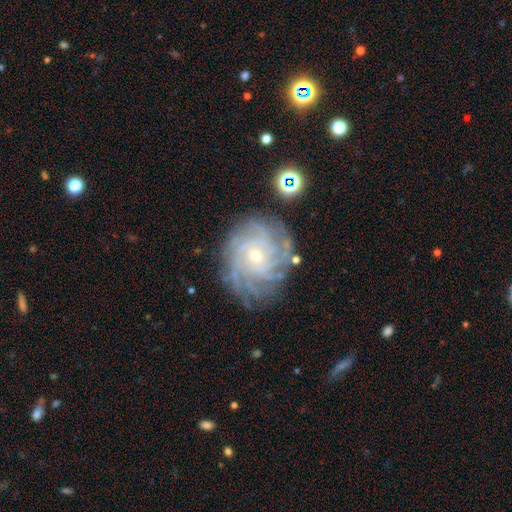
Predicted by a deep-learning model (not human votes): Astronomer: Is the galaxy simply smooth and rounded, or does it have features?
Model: featured or disk — 86%.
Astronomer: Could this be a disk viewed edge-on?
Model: no — 97%.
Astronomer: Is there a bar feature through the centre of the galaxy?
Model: no — 70%.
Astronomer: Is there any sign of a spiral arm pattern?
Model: yes — 97%.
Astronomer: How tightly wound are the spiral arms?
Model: tight — 75%.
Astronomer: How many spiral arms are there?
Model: more than 4 — 30% (runner-up: 4, 24%).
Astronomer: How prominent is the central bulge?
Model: small — 71%.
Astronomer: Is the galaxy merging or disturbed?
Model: none — 79%.